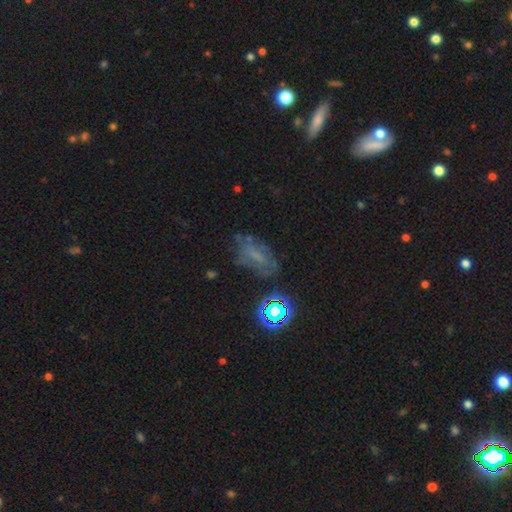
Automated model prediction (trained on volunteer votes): smooth_or_featured: featured or disk (p=0.38) [alt: star or artifact p=0.31]
merging: none (p=0.55) [alt: minor disturbance p=0.23]